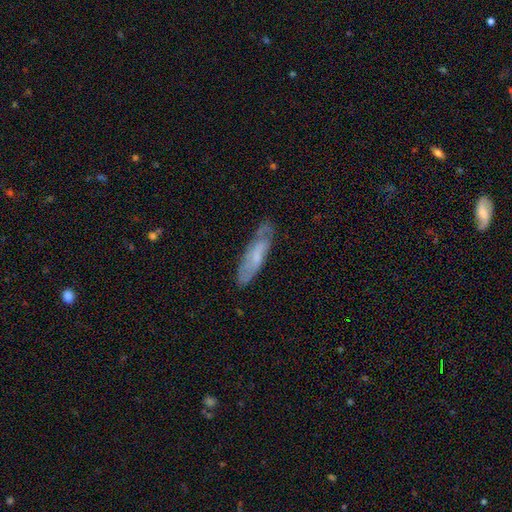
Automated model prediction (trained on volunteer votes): featured or disk 51%, smooth 42%, star or artifact 7%. Down the decision tree: edge-on disk — no (66%); merging — none (67%).